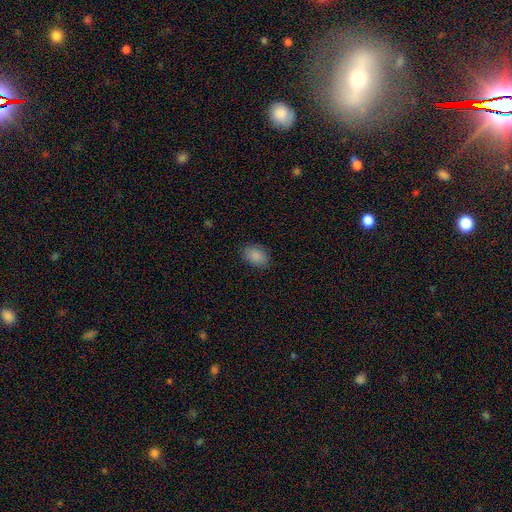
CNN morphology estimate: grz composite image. It shows a smooth galaxy with no disk features (88%) that is in between round and cigar-shaped (79%). Merging: none (85%).